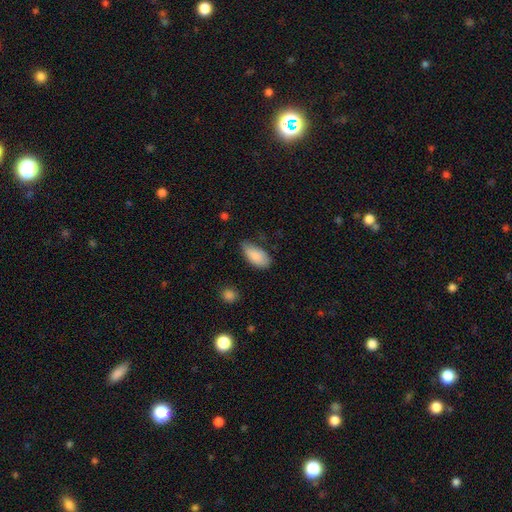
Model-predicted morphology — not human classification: This is clearly a smooth galaxy (86%). How rounded: clearly in between (93%). Merging: possibly none (49%).